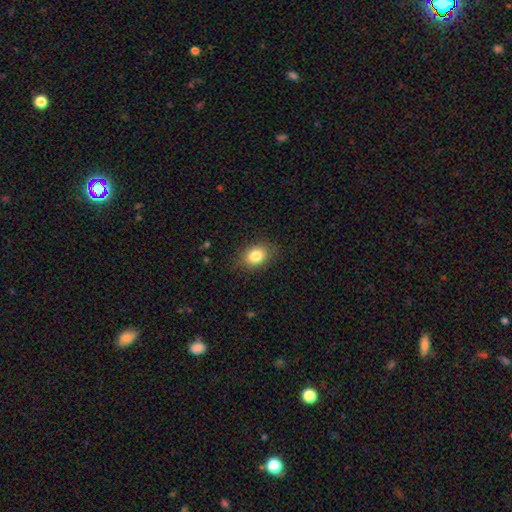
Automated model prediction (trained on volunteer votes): Q: Smooth or featured?
A: smooth (83%); runner-up: star or artifact (9%)
Q: How rounded?
A: in between (63%); runner-up: round (36%)
Q: Merging?
A: none (83%); runner-up: minor disturbance (12%)